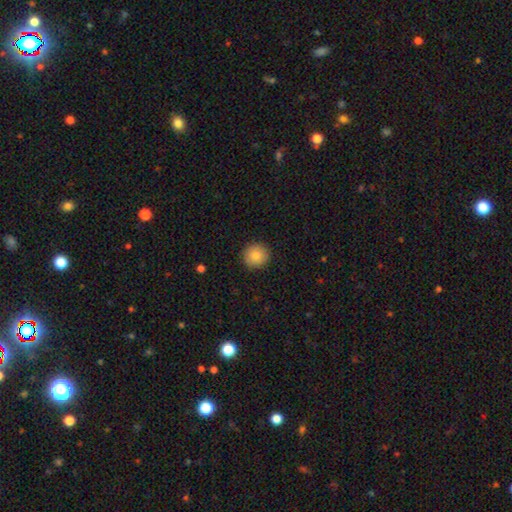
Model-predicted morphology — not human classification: Q: Smooth or featured?
A: smooth (84%); runner-up: featured or disk (8%)
Q: How rounded?
A: round (92%); runner-up: in between (7%)
Q: Merging?
A: none (91%); runner-up: minor disturbance (7%)